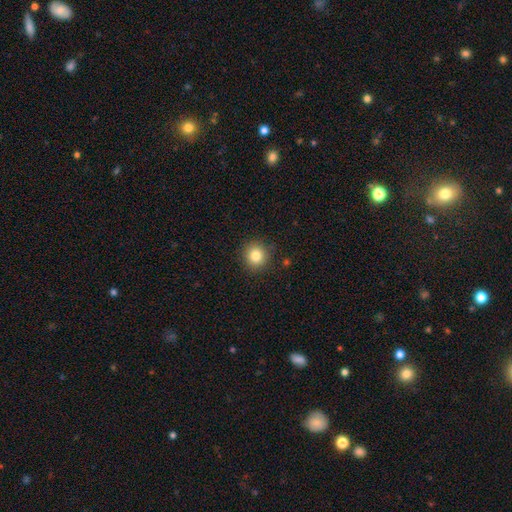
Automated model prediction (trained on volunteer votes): Smooth or featured? smooth (82%)
How rounded? round (91%)
Merging? none (90%)